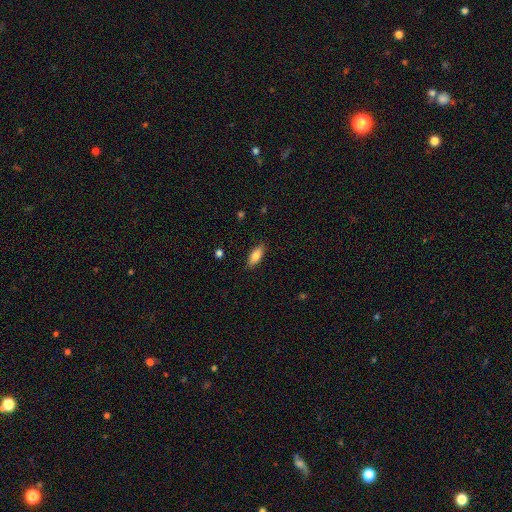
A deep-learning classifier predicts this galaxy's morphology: A smooth galaxy with no disk features (84%) that is in between round and cigar-shaped (76%).

Vote fractions:
- Smooth or featured? smooth: 84% / featured or disk: 10% / star or artifact: 7%
- How rounded? in between: 76% / cigar-shaped: 22% / round: 2%
- Merging? none: 87% / minor disturbance: 9% / major disturbance: 2% / merger: 1%